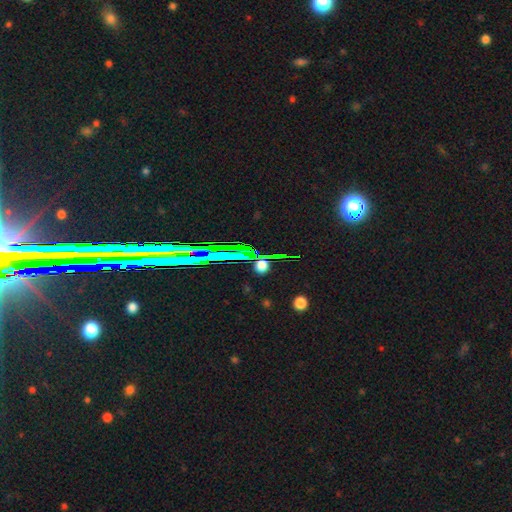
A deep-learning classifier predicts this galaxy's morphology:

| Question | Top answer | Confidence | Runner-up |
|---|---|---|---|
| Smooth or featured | star or artifact | 76% | featured or disk (14%) |